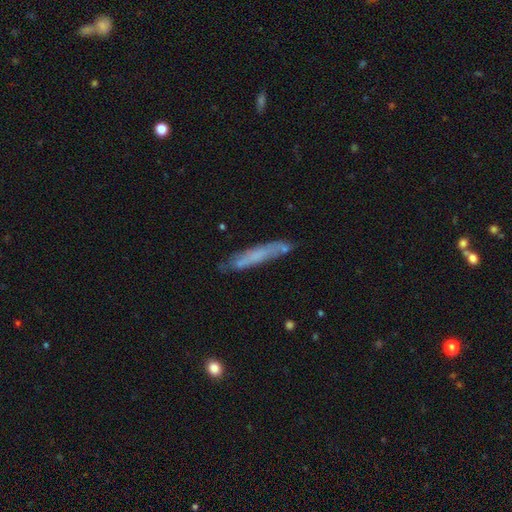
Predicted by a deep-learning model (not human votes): smooth-or-featured: smooth: 55% | featured or disk: 37% | star or artifact: 8%
  how-rounded: cigar-shaped: 92% | in between: 7% | round: 1%
  merging: none: 69% | minor disturbance: 21% | major disturbance: 5% | merger: 5%